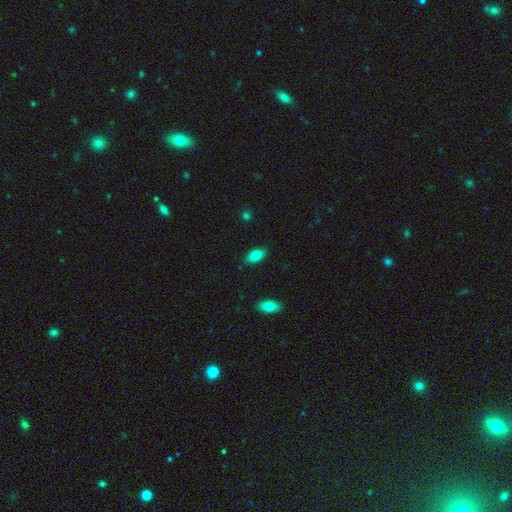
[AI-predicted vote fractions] This appears to be a smooth galaxy with no disk features (82%) that is in between round and cigar-shaped (91%). Merging: none (86%).